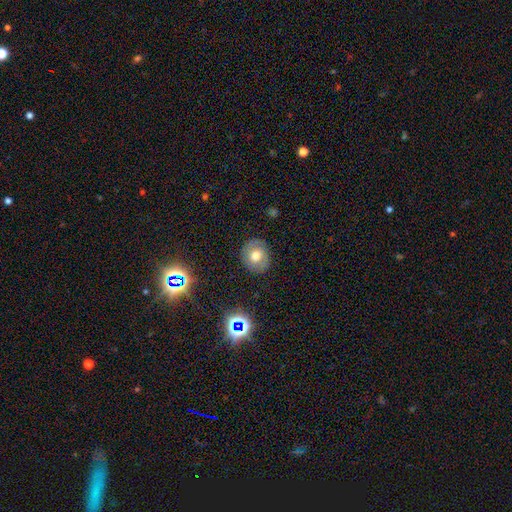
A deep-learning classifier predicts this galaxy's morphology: This appears to be a smooth galaxy with no disk features (59%) that is round (70%). Merging: none (84%).